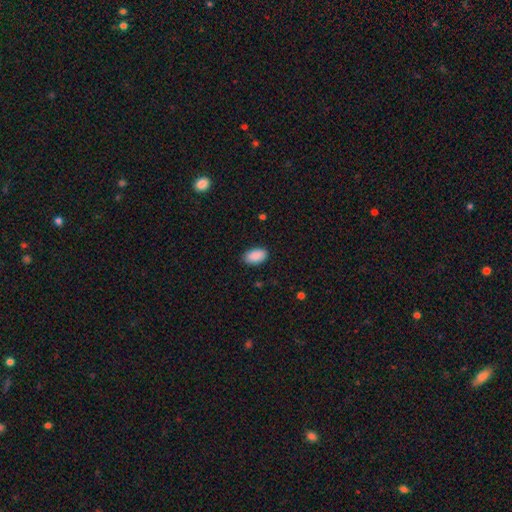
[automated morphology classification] Overall: smooth (90%). How rounded: in between (94%). Merging: none (86%).